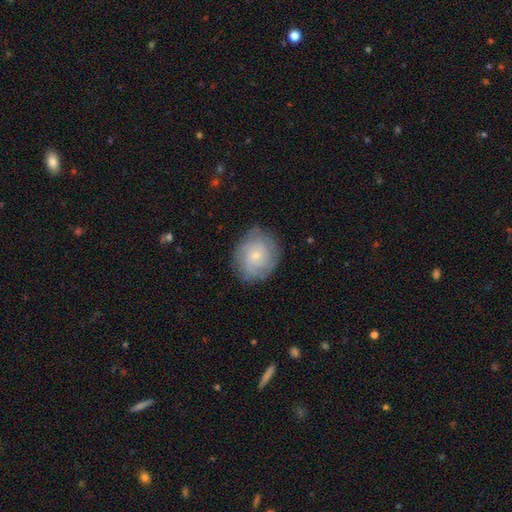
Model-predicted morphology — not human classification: This is possibly a featured or disk galaxy (52%). It is clearly not viewed edge-on (97%). Bar: clearly no (81%). Spiral arm pattern: likely yes (80%). Central bulge: likely small (76%). Merging: likely none (79%).